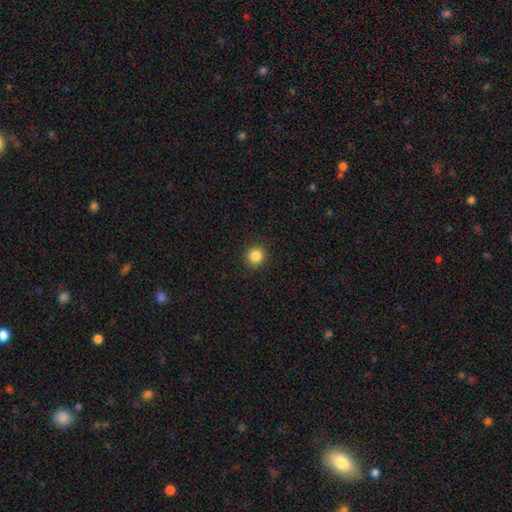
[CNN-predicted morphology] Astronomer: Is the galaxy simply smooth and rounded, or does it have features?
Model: smooth — 86%.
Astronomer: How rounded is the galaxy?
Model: round — 93%.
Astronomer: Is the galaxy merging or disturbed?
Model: none — 92%.